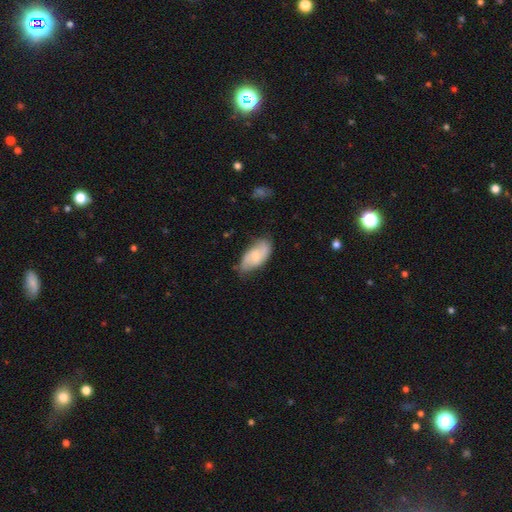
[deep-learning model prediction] A smooth galaxy with no disk features (48%). Merging: none (63%).